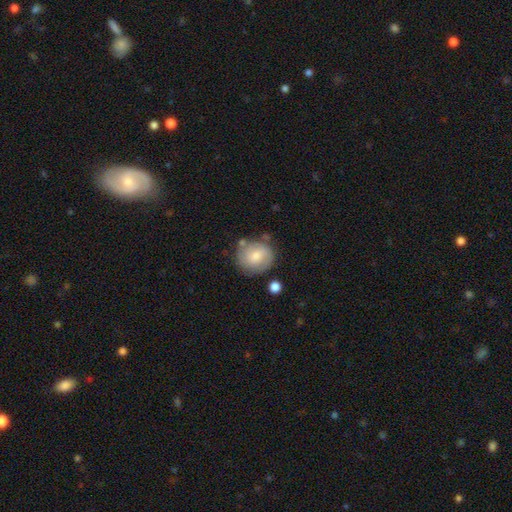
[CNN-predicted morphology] Q: Smooth or featured?
A: smooth (47%); runner-up: featured or disk (46%)
Q: Merging?
A: none (68%); runner-up: minor disturbance (19%)